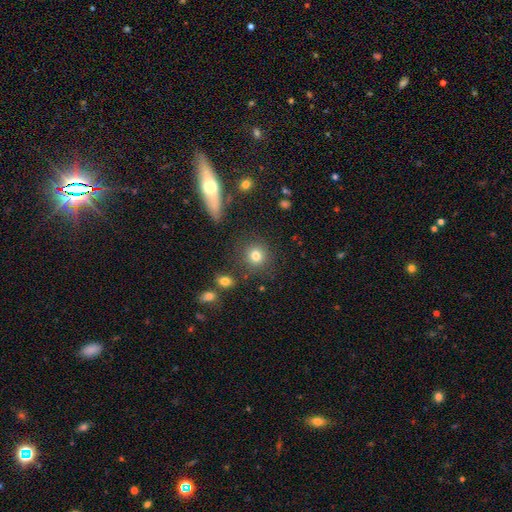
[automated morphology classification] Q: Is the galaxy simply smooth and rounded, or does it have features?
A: smooth — 80%.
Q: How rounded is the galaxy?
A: round — 90%.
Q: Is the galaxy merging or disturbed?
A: none — 84%.